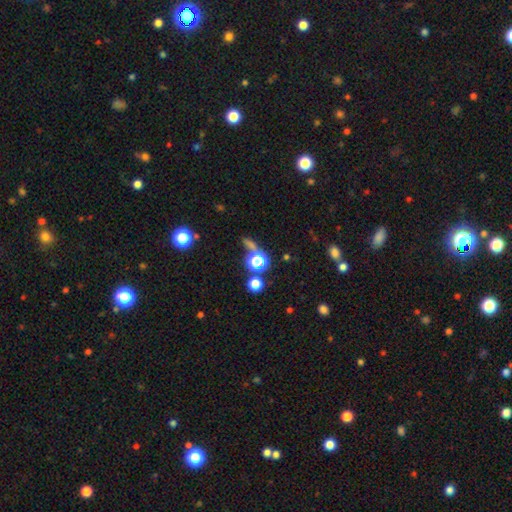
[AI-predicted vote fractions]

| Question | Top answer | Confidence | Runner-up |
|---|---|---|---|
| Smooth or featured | star or artifact | 57% | smooth (30%) |